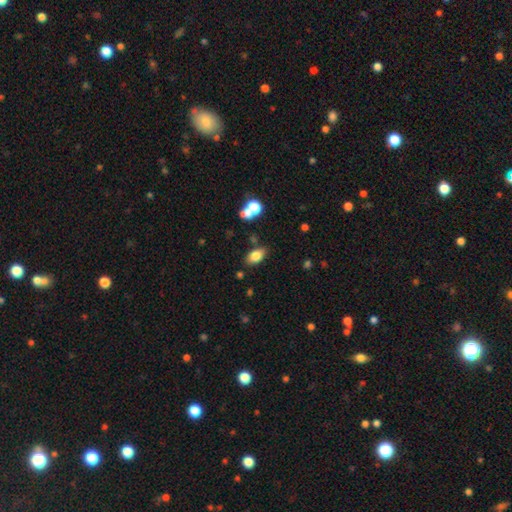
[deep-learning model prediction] Smooth or featured? smooth (81%)
How rounded? in between (88%)
Merging? none (78%)